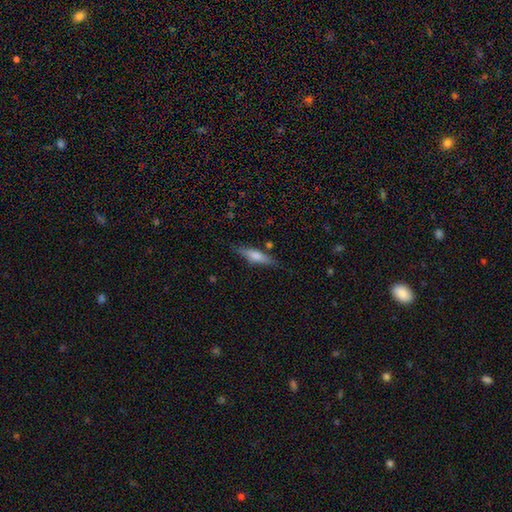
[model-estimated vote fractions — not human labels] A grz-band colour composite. It shows a featured or disk galaxy (50%). Merging: none (82%).